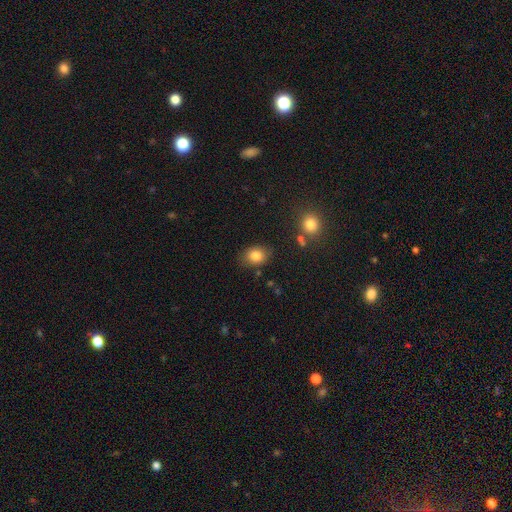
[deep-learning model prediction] The model was most divided on "how rounded": in between: 56%, round: 43%, cigar-shaped: 1%. More confident: smooth or featured — smooth (83%); merging — none (81%).